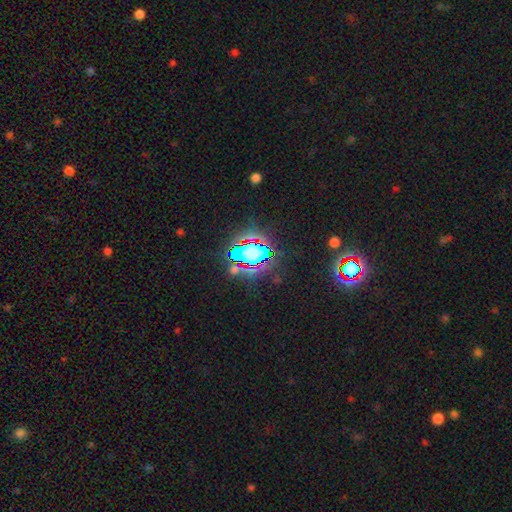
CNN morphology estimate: The model was most divided on "smooth or featured": star or artifact: 81%, smooth: 11%, featured or disk: 8%.